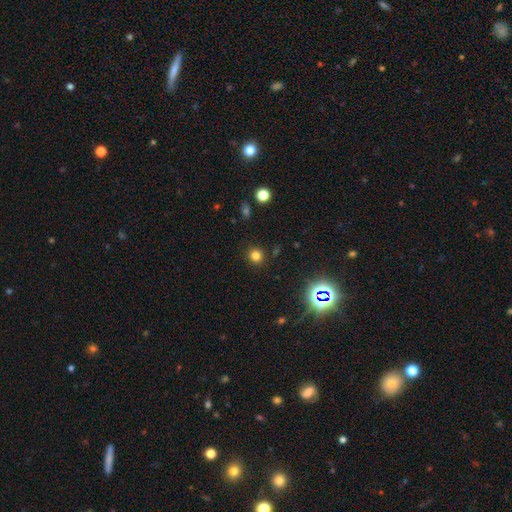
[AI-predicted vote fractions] The model was most divided on "smooth or featured": smooth: 77%, star or artifact: 17%, featured or disk: 5%. More confident: how rounded — round (90%); merging — none (89%).